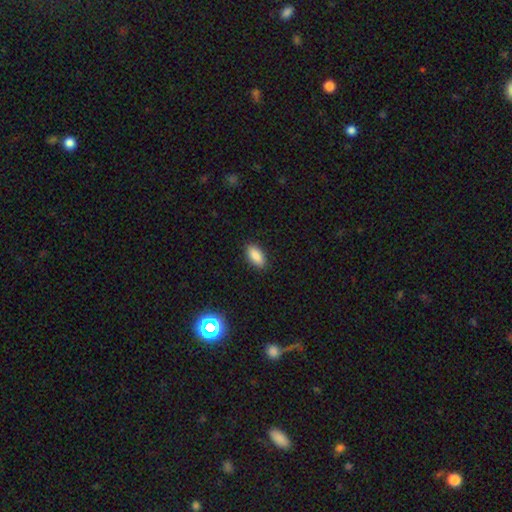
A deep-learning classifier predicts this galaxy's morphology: A smooth galaxy with no disk features (88%) that is in between round and cigar-shaped (88%). Merging: none (89%).